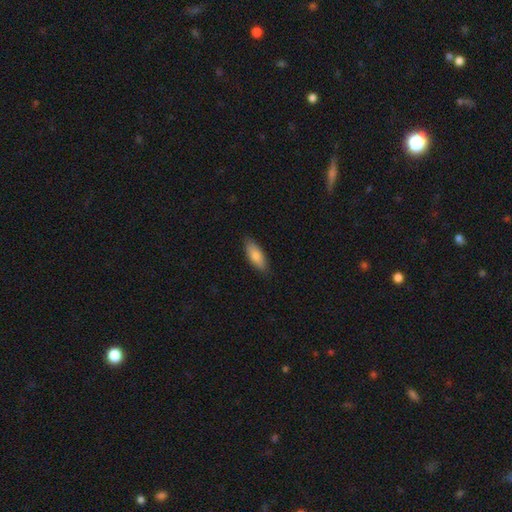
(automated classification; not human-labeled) Morphology: type=smooth (81%); roundness=in between (74%); merging=none (86%).